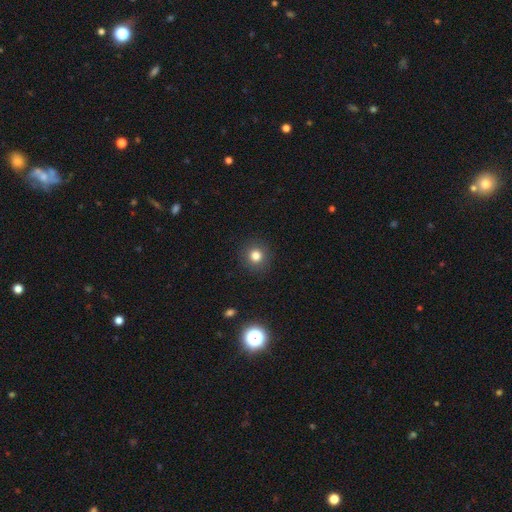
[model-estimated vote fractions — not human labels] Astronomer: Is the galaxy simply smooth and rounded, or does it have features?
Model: smooth — 80%.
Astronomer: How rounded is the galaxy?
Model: round — 90%.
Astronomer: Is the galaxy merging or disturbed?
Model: none — 90%.